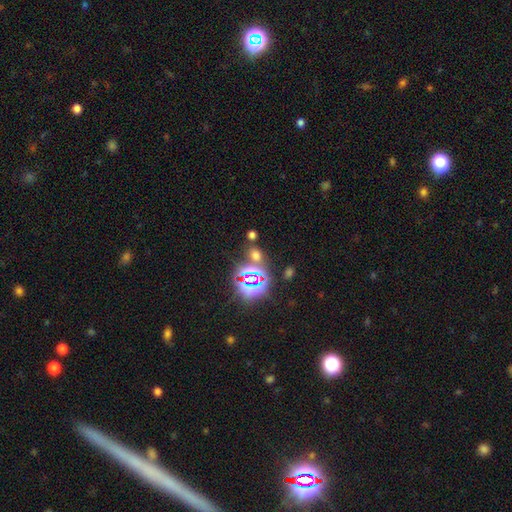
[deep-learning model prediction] smooth-or-featured: star or artifact: 48% | smooth: 46% | featured or disk: 7%